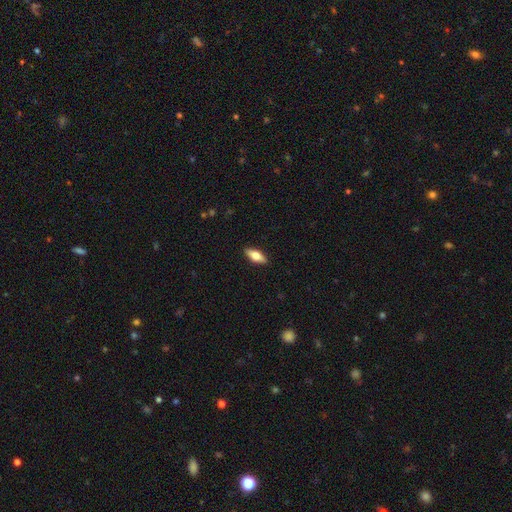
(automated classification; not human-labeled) Smooth or featured?
  - smooth: 62% *
  - featured or disk: 31%
  - star or artifact: 6%
How rounded?
  - in between: 72% *
  - cigar-shaped: 25%
  - round: 3%
Merging?
  - none: 90% *
  - minor disturbance: 8%
  - major disturbance: 2%
  - merger: 1%